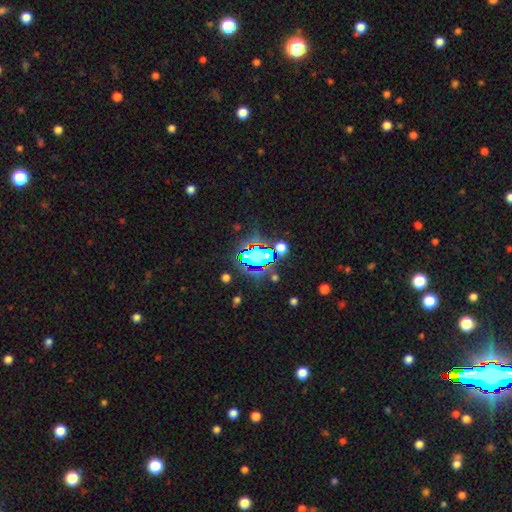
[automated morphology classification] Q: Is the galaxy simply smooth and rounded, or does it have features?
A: star or artifact — 56%.